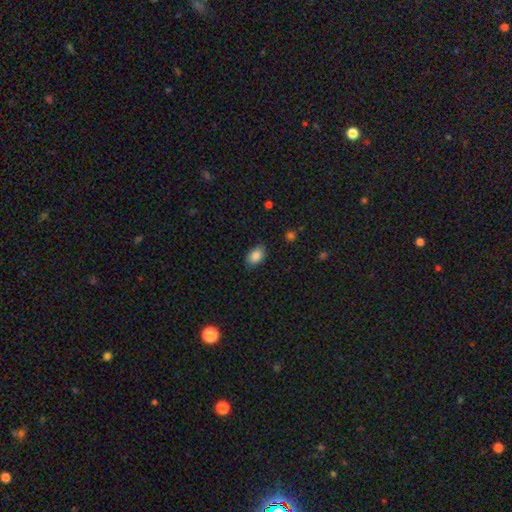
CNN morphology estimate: smooth_or_featured: smooth (p=0.87) [alt: star or artifact p=0.08]
how_rounded: in between (p=0.89) [alt: round p=0.10]
merging: none (p=0.85) [alt: minor disturbance p=0.11]